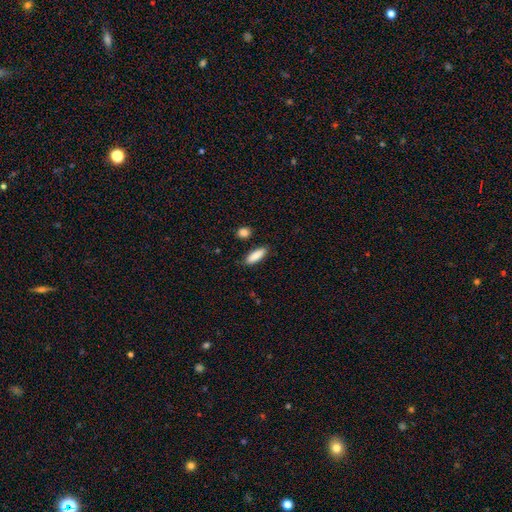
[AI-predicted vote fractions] Smooth or featured?
  - smooth: 87% *
  - featured or disk: 6%
  - star or artifact: 6%
How rounded?
  - in between: 54% *
  - cigar-shaped: 44%
  - round: 2%
Merging?
  - none: 85% *
  - minor disturbance: 10%
  - merger: 3%
  - major disturbance: 2%